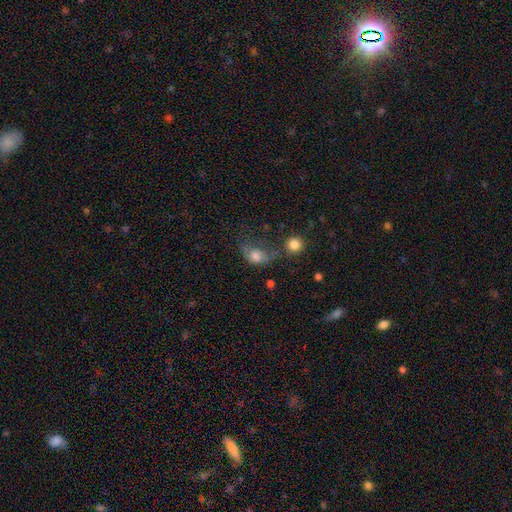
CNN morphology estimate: Smooth or featured: smooth — 69% (featured or disk — 19%)
How rounded: in between — 70% (round — 29%)
Merging: major disturbance — 32% (none — 30%)